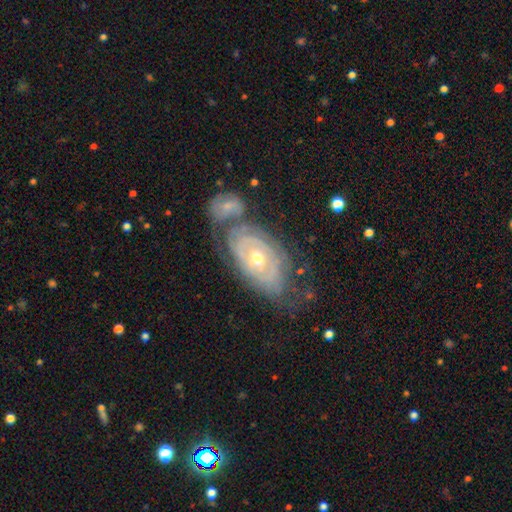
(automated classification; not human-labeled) Smooth or featured?
  - featured or disk: 74% *
  - smooth: 17%
  - star or artifact: 9%
Edge-on disk?
  - no: 92% *
  - yes: 8%
Bar?
  - no: 81% *
  - weak: 14%
  - strong: 5%
Spiral arms?
  - yes: 75% *
  - no: 25%
Spiral winding?
  - tight: 79% *
  - medium: 16%
  - loose: 5%
Spiral arm count?
  - can't tell: 56% *
  - 2: 25%
  - 3: 7%
  - 4: 4%
  - 1: 4%
  - more than 4: 3%
Bulge size?
  - moderate: 51% *
  - small: 46%
  - large: 2%
  - dominant: 1%
  - none: 1%
Merging?
  - none: 53% *
  - merger: 20%
  - minor disturbance: 18%
  - major disturbance: 8%